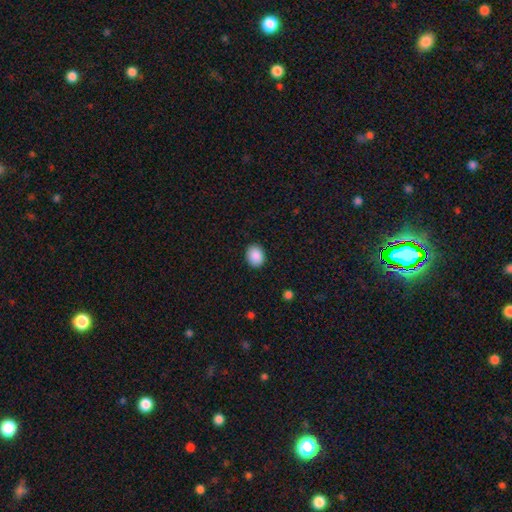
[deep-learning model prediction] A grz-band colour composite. It shows a smooth galaxy with no disk features (89%) that is round (51%). Merging: none (90%).